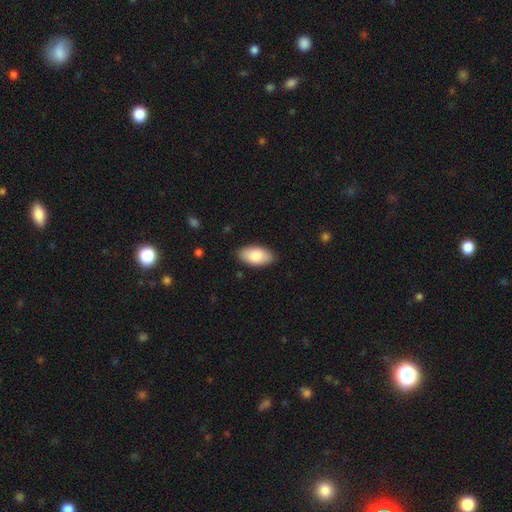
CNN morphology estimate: Q: Smooth or featured?
A: smooth (86%); runner-up: featured or disk (9%)
Q: How rounded?
A: in between (95%); runner-up: cigar-shaped (3%)
Q: Merging?
A: none (87%); runner-up: minor disturbance (10%)